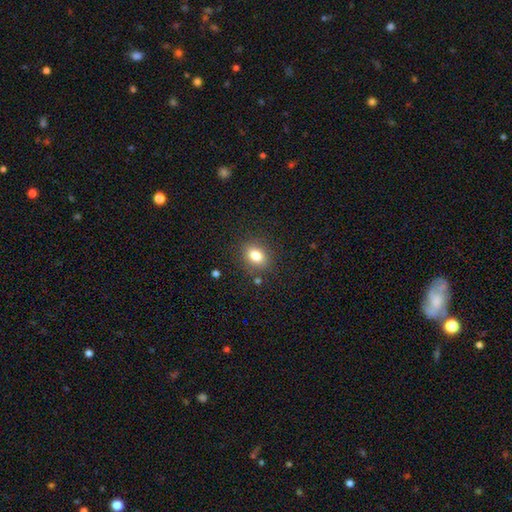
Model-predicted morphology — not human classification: smooth-or-featured: smooth: 81% | star or artifact: 11% | featured or disk: 8%
  how-rounded: in between: 54% | round: 45% | cigar-shaped: 1%
  merging: none: 85% | minor disturbance: 10% | major disturbance: 3% | merger: 2%